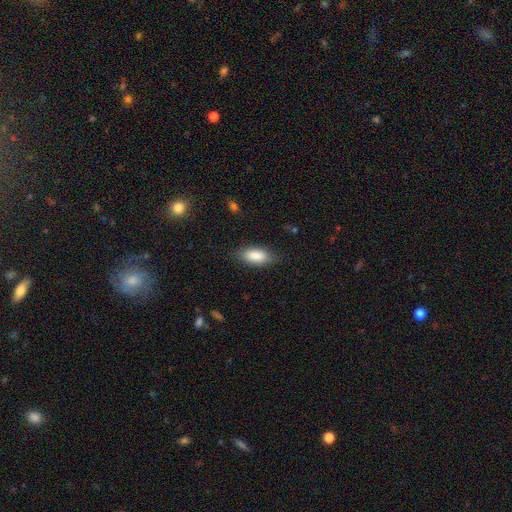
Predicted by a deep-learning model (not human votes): Smooth or featured?
  - smooth: 86% *
  - featured or disk: 7%
  - star or artifact: 6%
How rounded?
  - in between: 86% *
  - cigar-shaped: 12%
  - round: 2%
Merging?
  - none: 80% *
  - minor disturbance: 15%
  - major disturbance: 4%
  - merger: 1%